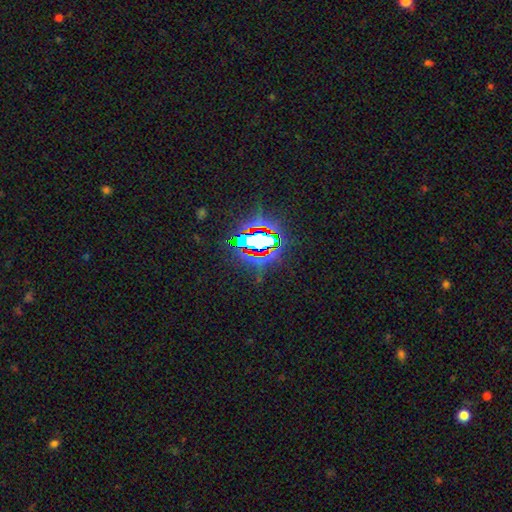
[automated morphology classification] Smooth or featured? Predicted: star or artifact (p=0.81).